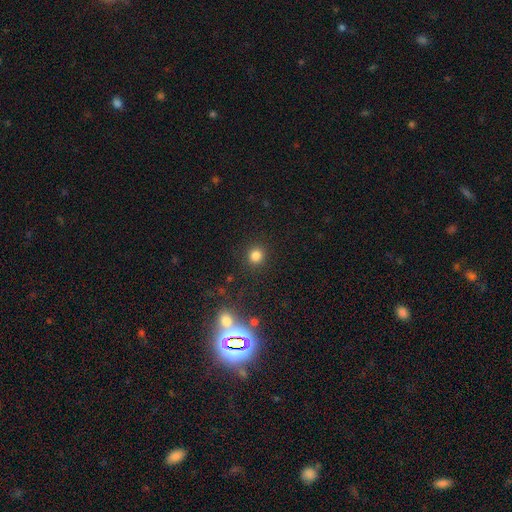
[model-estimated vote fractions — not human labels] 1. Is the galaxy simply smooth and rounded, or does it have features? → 81% smooth, 14% star or artifact, 5% featured or disk.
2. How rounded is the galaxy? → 91% round, 8% in between, 1% cigar-shaped.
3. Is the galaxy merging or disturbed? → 89% none, 6% minor disturbance, 3% major disturbance, 2% merger.